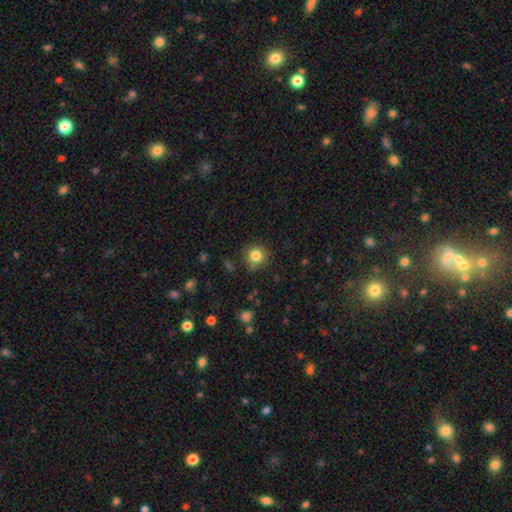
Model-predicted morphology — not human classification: Q: Smooth or featured?
A: smooth (83%); runner-up: star or artifact (11%)
Q: How rounded?
A: round (92%); runner-up: in between (7%)
Q: Merging?
A: none (84%); runner-up: minor disturbance (11%)